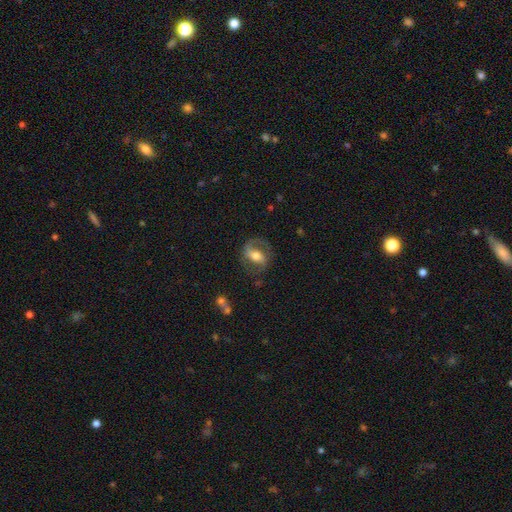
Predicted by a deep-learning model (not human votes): featured or disk 71%, smooth 23%, star or artifact 6%. Down the decision tree: edge-on disk — no (95%); bar — strong (41%); spiral arms — yes (85%); spiral arm count — 2 (80%); spiral winding — medium (51%); bulge size — moderate (65%); merging — none (71%).